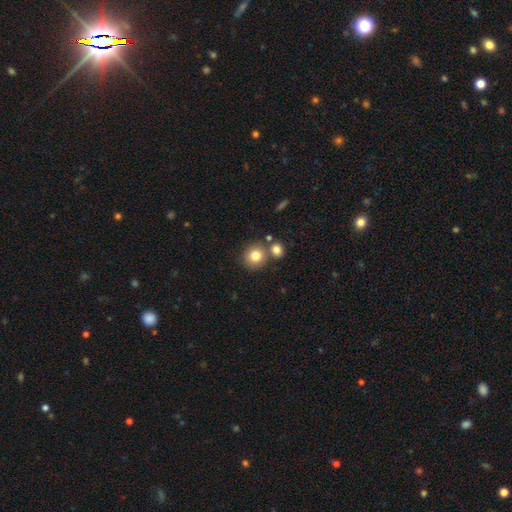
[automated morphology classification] Smooth or featured? Predicted: smooth (p=0.80). How rounded? Predicted: round (p=0.88). Merging? Predicted: none (p=0.68).